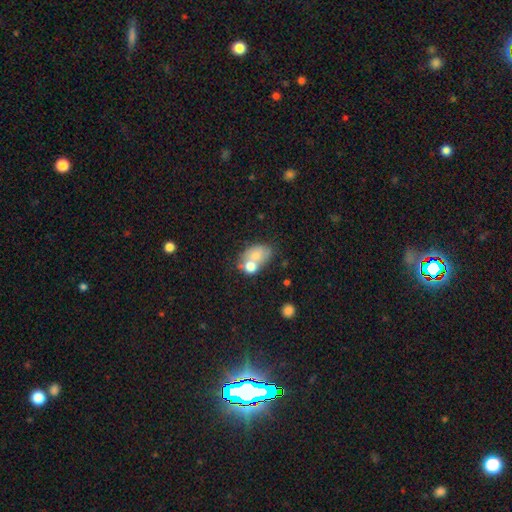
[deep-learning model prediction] smooth_or_featured: smooth (p=0.65) [alt: featured or disk p=0.25]
how_rounded: in between (p=0.72) [alt: round p=0.27]
merging: merger (p=0.49) [alt: none p=0.28]